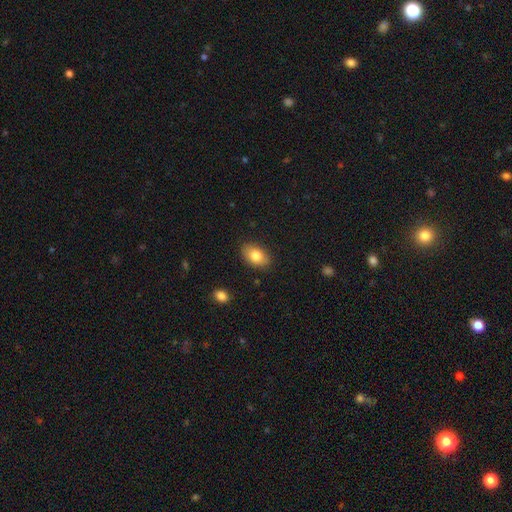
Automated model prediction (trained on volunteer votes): smooth_or_featured: smooth (p=0.81) [alt: featured or disk p=0.12]
how_rounded: in between (p=0.89) [alt: round p=0.09]
merging: none (p=0.86) [alt: minor disturbance p=0.10]